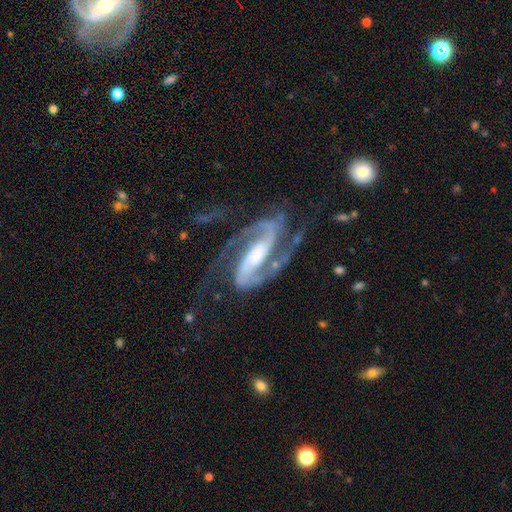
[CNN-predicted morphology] Overall: featured or disk (93%). Edge-on disk: no (97%). Bar: strong (52%; weak 29%). Spiral arms: yes (99%). Spiral arm count: 2 (94%). Spiral winding: medium (60%; tight 22%). Bulge size: moderate (33%; small 31%). Merging: none (66%).